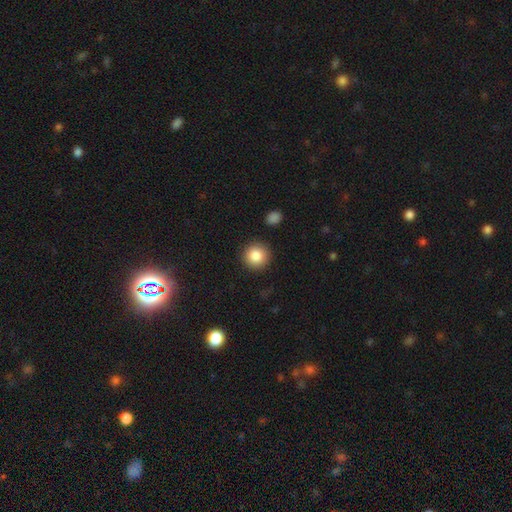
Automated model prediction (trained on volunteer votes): Smooth or featured?
  - smooth: 86% *
  - star or artifact: 9%
  - featured or disk: 5%
How rounded?
  - round: 95% *
  - in between: 4%
  - cigar-shaped: 1%
Merging?
  - none: 90% *
  - minor disturbance: 6%
  - major disturbance: 2%
  - merger: 2%